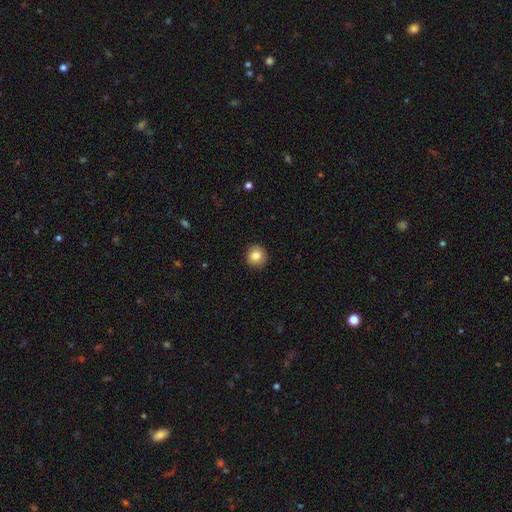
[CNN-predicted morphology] This is clearly a smooth galaxy (84%). How rounded: clearly round (93%). Merging: clearly none (91%).